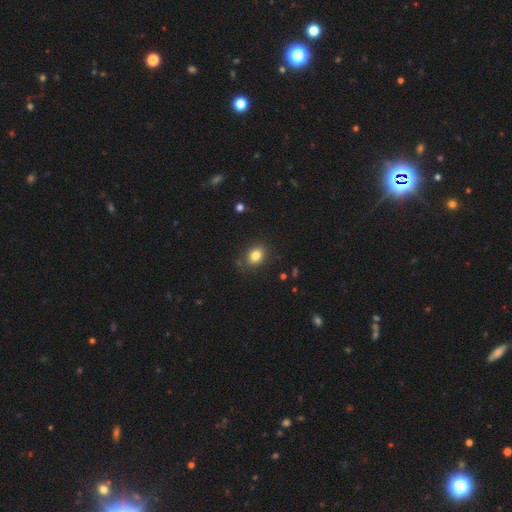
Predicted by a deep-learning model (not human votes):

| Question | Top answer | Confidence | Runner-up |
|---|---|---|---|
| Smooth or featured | smooth | 83% | star or artifact (10%) |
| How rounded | in between | 56% | round (43%) |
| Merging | none | 83% | minor disturbance (12%) |